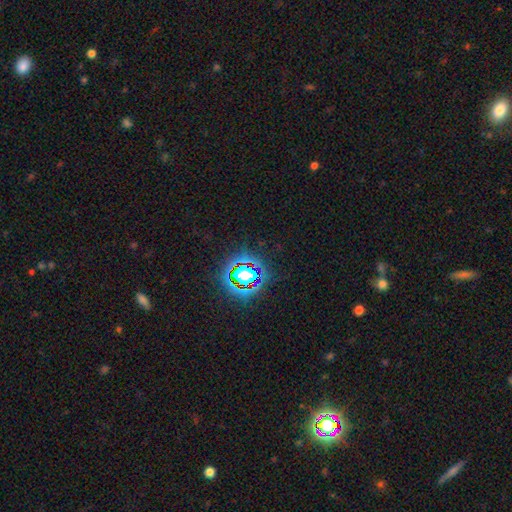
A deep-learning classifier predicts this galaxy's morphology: Smooth or featured? star or artifact (82%)